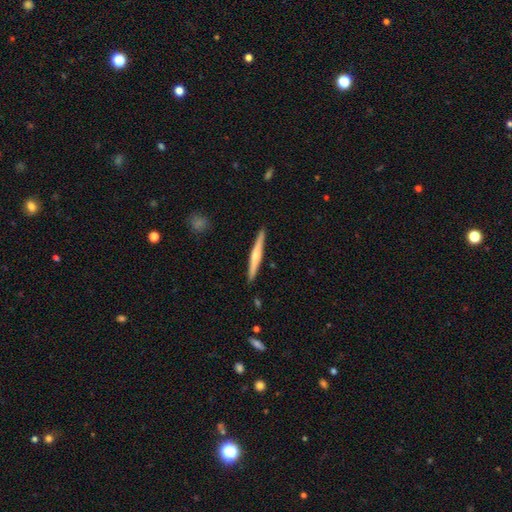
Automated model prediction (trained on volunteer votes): Smooth or featured? featured or disk (56%)
Edge-on disk? yes (98%)
Edge-on bulge? rounded (70%)
Merging? none (91%)